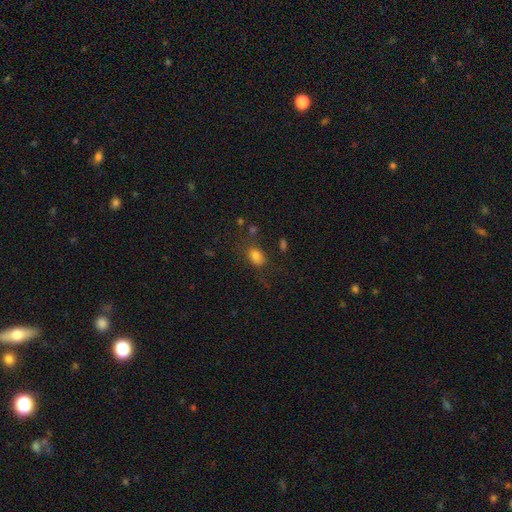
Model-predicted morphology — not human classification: This is likely a smooth galaxy (78%). How rounded: likely in between (76%). Merging: likely none (67%).